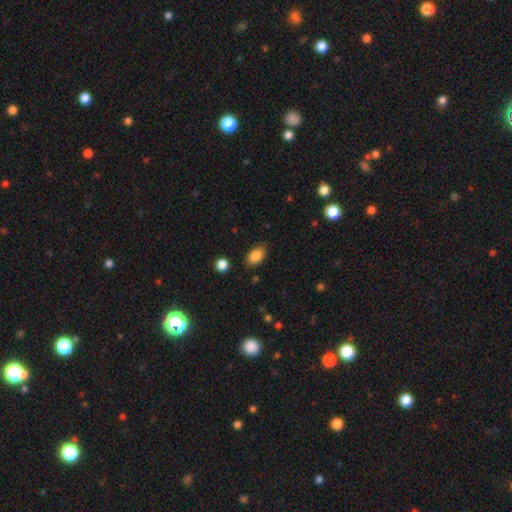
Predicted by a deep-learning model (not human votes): This is clearly a smooth galaxy (86%). How rounded: clearly in between (89%). Merging: clearly none (82%).